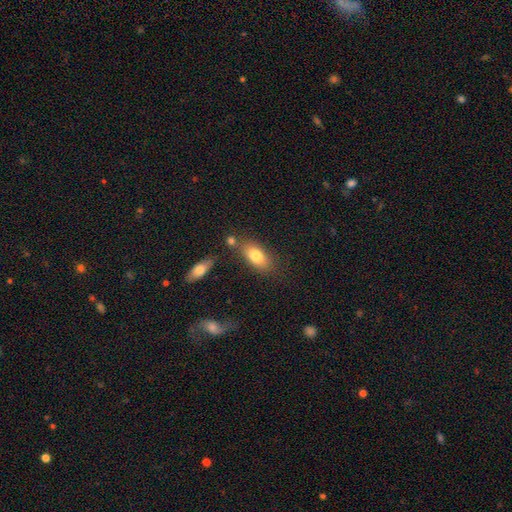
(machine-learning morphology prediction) This appears to be a smooth galaxy with no disk features (79%) that is in between round and cigar-shaped (86%). Merging: none (70%).